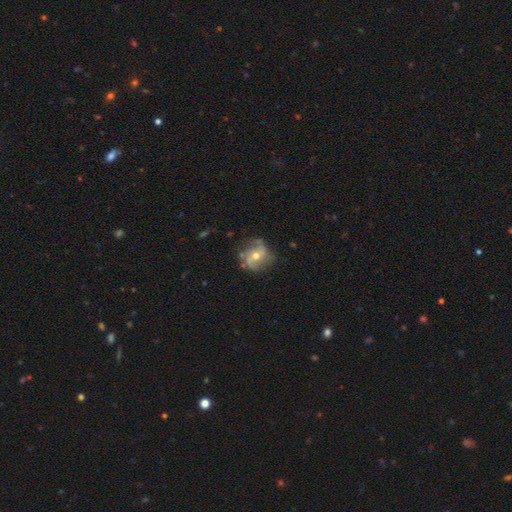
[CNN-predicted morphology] This is clearly a featured or disk galaxy (81%). It is clearly not viewed edge-on (97%). Bar: possibly no (59%). Spiral arm pattern: clearly yes (93%). Spiral arm count: possibly 2 (54%). Spiral winding: possibly medium (46%). Central bulge: likely moderate (69%). Merging: likely none (68%).